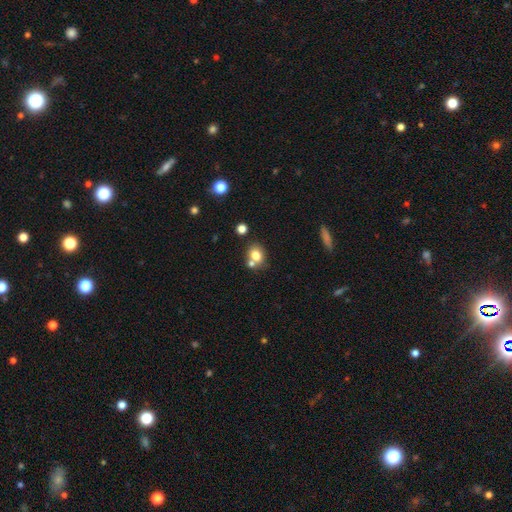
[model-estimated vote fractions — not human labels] smooth 77%, featured or disk 12%, star or artifact 11%. Down the decision tree: how rounded — round (60%); merging — none (54%).